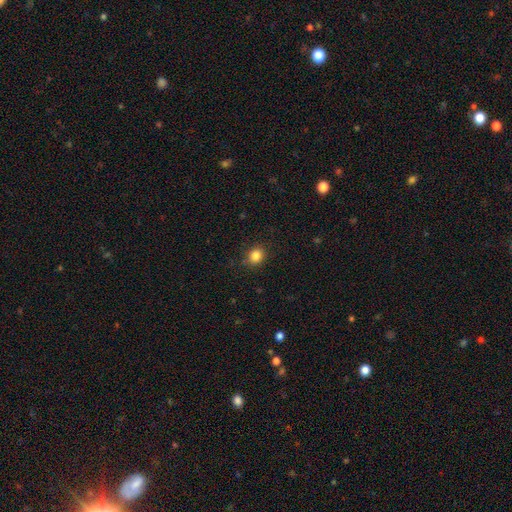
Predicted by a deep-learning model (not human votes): smooth_or_featured: smooth (p=0.85) [alt: star or artifact p=0.11]
how_rounded: round (p=0.72) [alt: in between p=0.27]
merging: none (p=0.88) [alt: minor disturbance p=0.09]